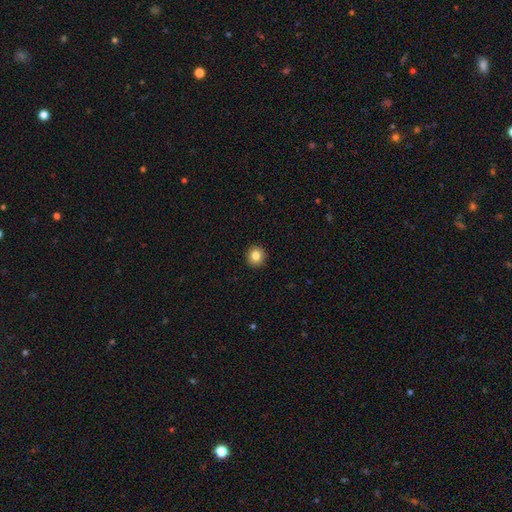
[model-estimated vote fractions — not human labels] smooth 84%, star or artifact 10%, featured or disk 7%. Down the decision tree: how rounded — round (93%); merging — none (93%).